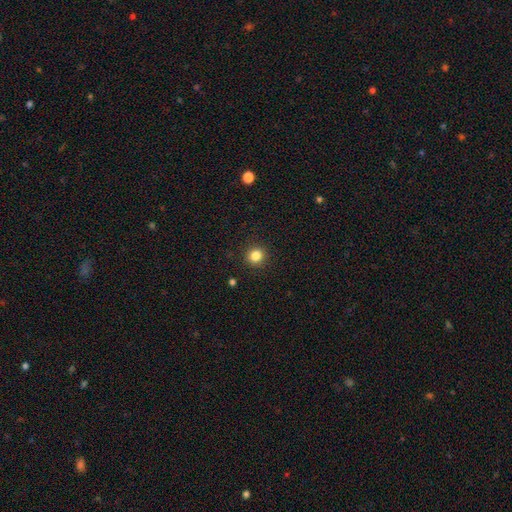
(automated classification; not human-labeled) smooth_or_featured: smooth (p=0.84) [alt: star or artifact p=0.12]
how_rounded: round (p=0.89) [alt: in between p=0.10]
merging: none (p=0.92) [alt: minor disturbance p=0.05]